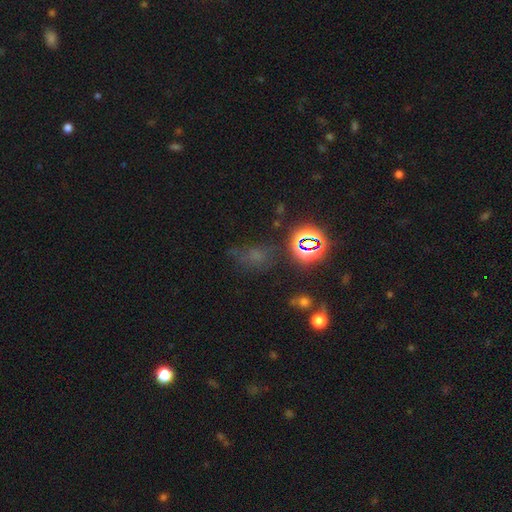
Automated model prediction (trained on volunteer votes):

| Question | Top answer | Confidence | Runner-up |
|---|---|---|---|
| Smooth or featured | star or artifact | 52% | smooth (34%) |